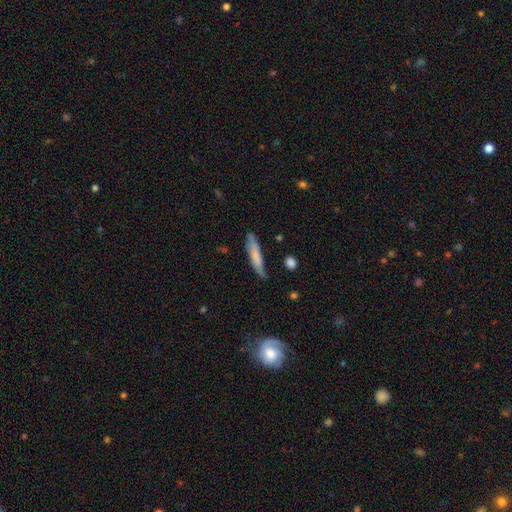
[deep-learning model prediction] A smooth galaxy with no disk features (68%) that is cigar-shaped (83%).

Vote fractions:
- Smooth or featured? smooth: 68% / featured or disk: 26% / star or artifact: 6%
- How rounded? cigar-shaped: 83% / in between: 15% / round: 2%
- Merging? none: 68% / minor disturbance: 24% / major disturbance: 5% / merger: 3%